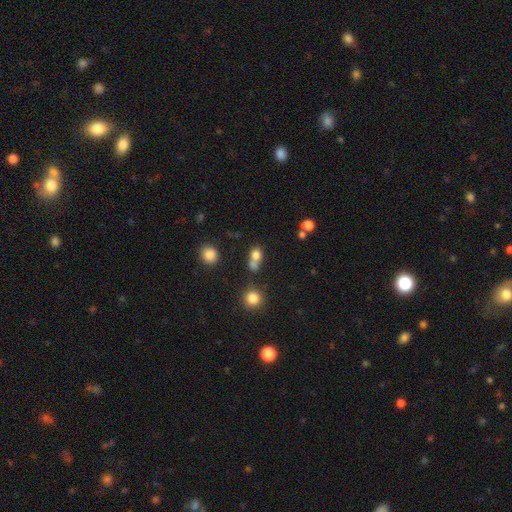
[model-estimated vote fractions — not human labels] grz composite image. It shows a smooth galaxy with no disk features (76%) that is round (52%). Merging: merger (49%).